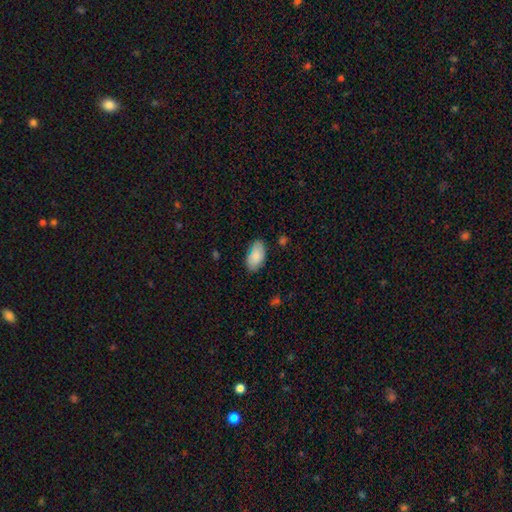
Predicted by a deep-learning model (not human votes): Smooth or featured?
  - smooth: 83% *
  - featured or disk: 10%
  - star or artifact: 7%
How rounded?
  - in between: 95% *
  - round: 4%
  - cigar-shaped: 2%
Merging?
  - none: 80% *
  - minor disturbance: 15%
  - major disturbance: 3%
  - merger: 1%